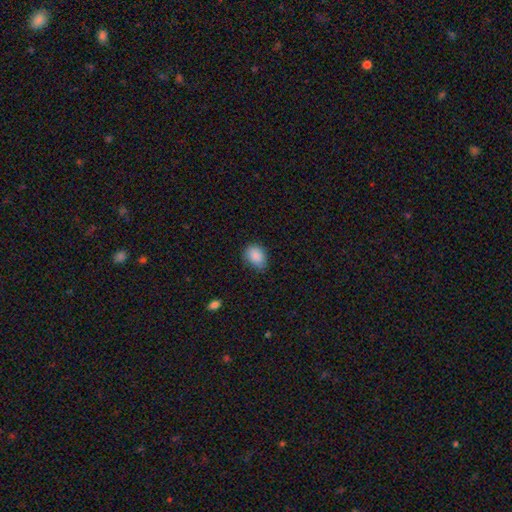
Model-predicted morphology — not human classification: Smooth or featured? smooth (87%)
How rounded? in between (69%)
Merging? none (69%)